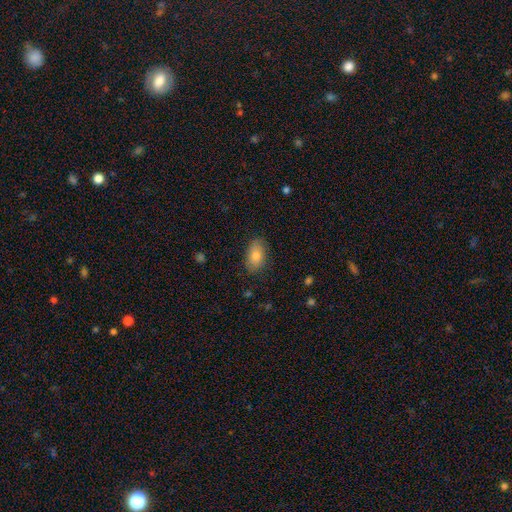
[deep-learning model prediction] The model was most divided on "smooth or featured": smooth: 80%, featured or disk: 13%, star or artifact: 8%. More confident: how rounded — in between (91%); merging — none (83%).